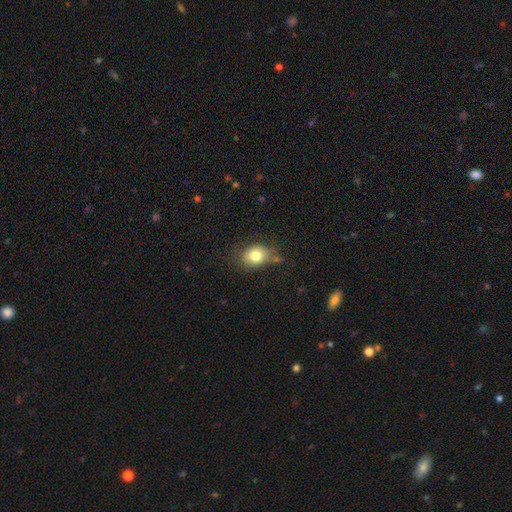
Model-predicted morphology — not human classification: Q: Smooth or featured?
A: smooth (79%); runner-up: featured or disk (11%)
Q: How rounded?
A: in between (54%); runner-up: round (45%)
Q: Merging?
A: none (62%); runner-up: minor disturbance (26%)